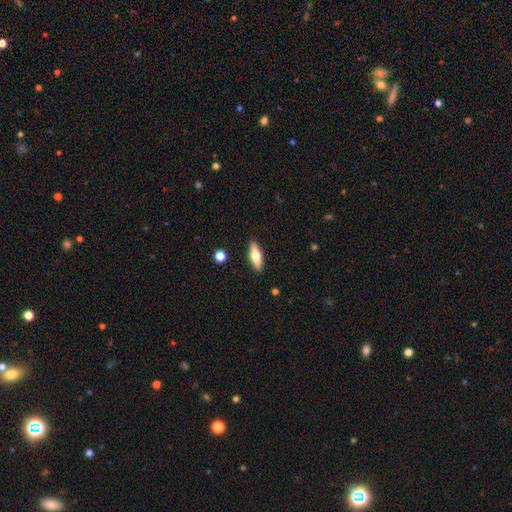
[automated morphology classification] This appears to be a smooth galaxy with no disk features (48%). Merging: none (90%).